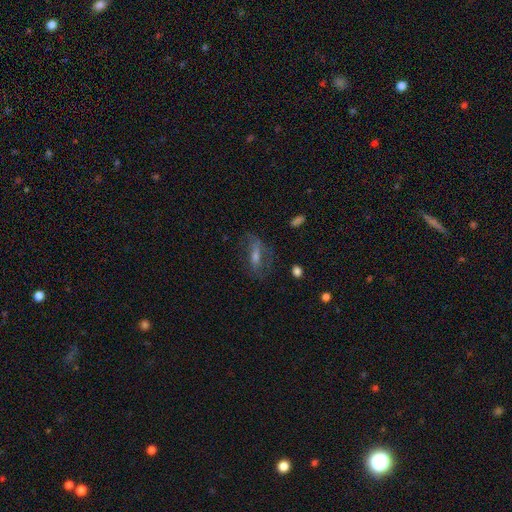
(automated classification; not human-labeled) smooth_or_featured: featured or disk (p=0.51) [alt: smooth p=0.34]
disk_edge_on: no (p=0.79) [alt: yes p=0.21]
merging: none (p=0.59) [alt: minor disturbance p=0.20]